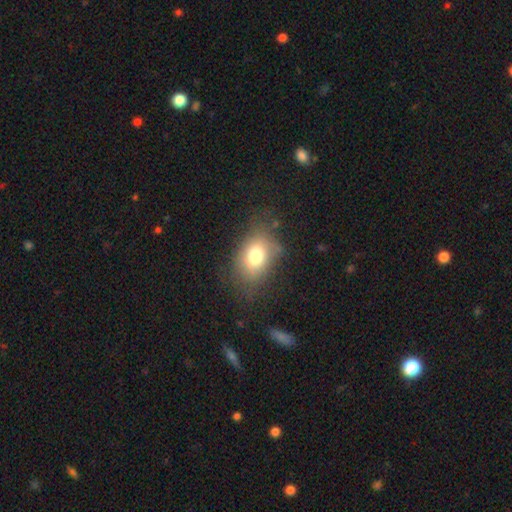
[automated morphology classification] Q: Smooth or featured?
A: smooth (73%); runner-up: featured or disk (15%)
Q: How rounded?
A: in between (70%); runner-up: round (29%)
Q: Merging?
A: none (63%); runner-up: minor disturbance (23%)